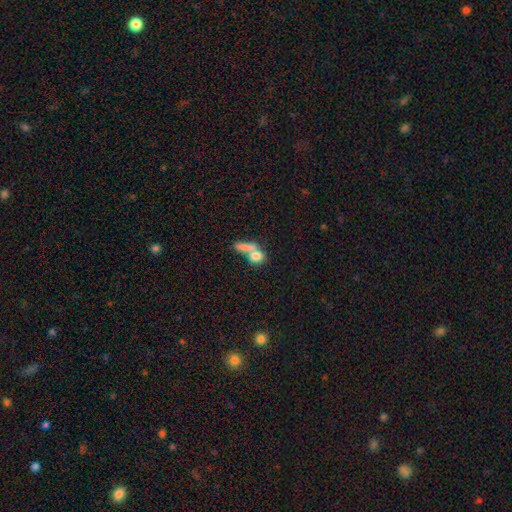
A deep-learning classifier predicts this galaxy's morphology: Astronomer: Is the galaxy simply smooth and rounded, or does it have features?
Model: smooth — 75%.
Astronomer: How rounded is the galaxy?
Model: round — 47% (runner-up: in between, 37%).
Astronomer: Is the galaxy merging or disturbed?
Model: merger — 47% (runner-up: none, 36%).